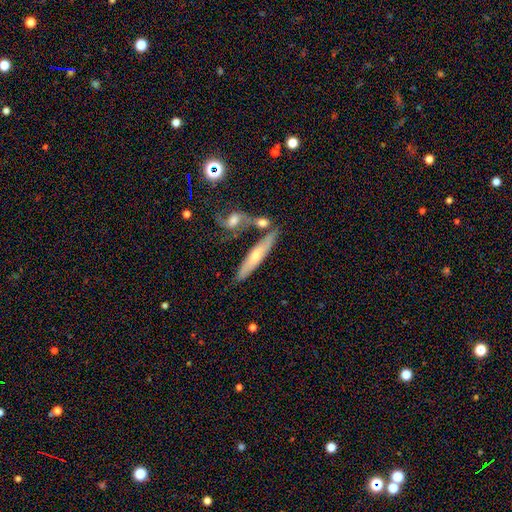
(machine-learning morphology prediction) Smooth or featured?
  - featured or disk: 54% *
  - smooth: 39%
  - star or artifact: 7%
Edge-on disk?
  - yes: 72% *
  - no: 28%
Merging?
  - none: 64% *
  - merger: 18%
  - minor disturbance: 14%
  - major disturbance: 4%